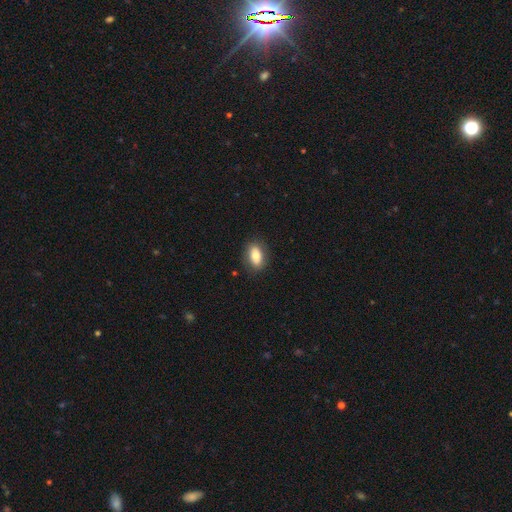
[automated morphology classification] A smooth galaxy with no disk features (78%) that is in between round and cigar-shaped (87%).

Vote fractions:
- Smooth or featured? smooth: 78% / featured or disk: 14% / star or artifact: 7%
- How rounded? in between: 87% / round: 9% / cigar-shaped: 4%
- Merging? none: 85% / minor disturbance: 11% / major disturbance: 3% / merger: 1%